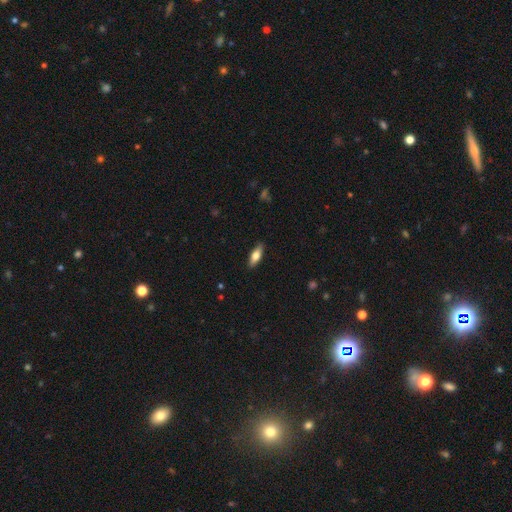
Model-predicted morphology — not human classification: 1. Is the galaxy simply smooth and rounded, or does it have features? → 66% smooth, 28% featured or disk, 6% star or artifact.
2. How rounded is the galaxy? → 63% in between, 34% cigar-shaped, 3% round.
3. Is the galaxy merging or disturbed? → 88% none, 9% minor disturbance, 2% major disturbance, 1% merger.